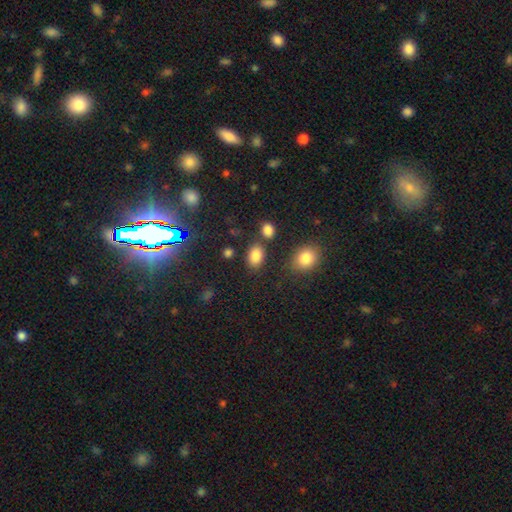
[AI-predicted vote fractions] This appears to be a smooth galaxy with no disk features (83%) that is in between round and cigar-shaped (80%). Merging: none (77%).